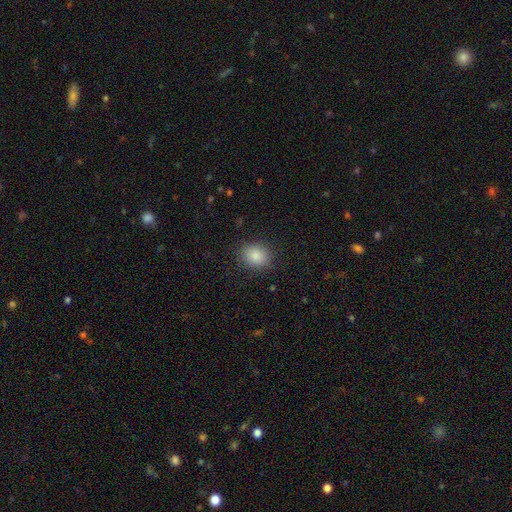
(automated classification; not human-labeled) This appears to be a smooth galaxy with no disk features (86%) that is round (61%). Merging: none (87%).